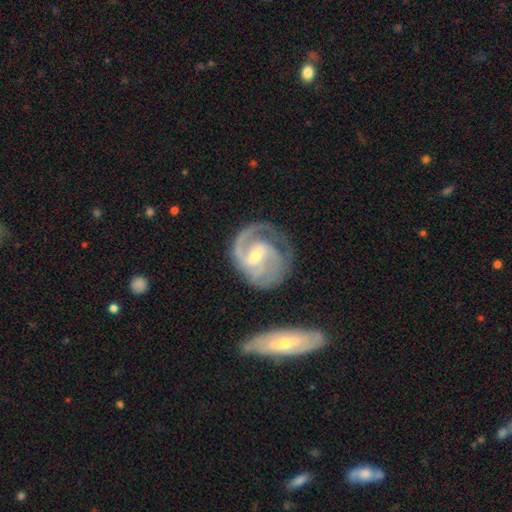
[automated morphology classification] type=featured or disk (90%); edge-on=no (97%); bar=weak (51%); spiral arms=yes (98%); winding=medium (46%); arm count=2 (59%); bulge=small (54%); merging=none (64%).